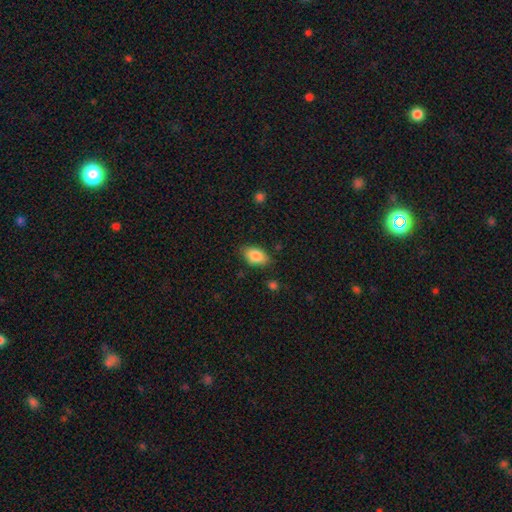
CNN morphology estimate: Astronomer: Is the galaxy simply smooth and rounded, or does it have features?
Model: smooth — 85%.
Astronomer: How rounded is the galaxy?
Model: in between — 90%.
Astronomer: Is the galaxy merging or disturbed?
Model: none — 80%.